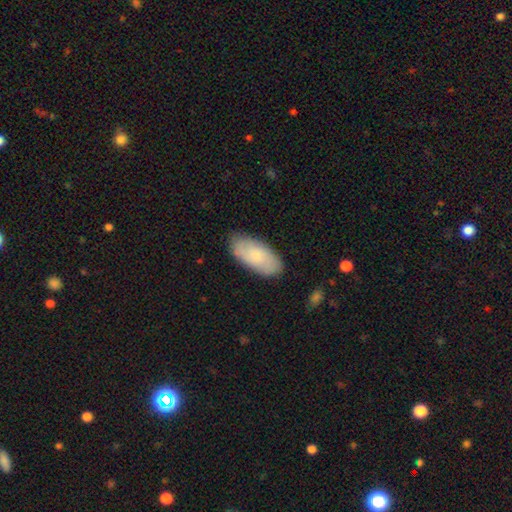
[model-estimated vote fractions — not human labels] Smooth or featured? Predicted: smooth (p=0.75). How rounded? Predicted: in between (p=0.91). Merging? Predicted: none (p=0.82).